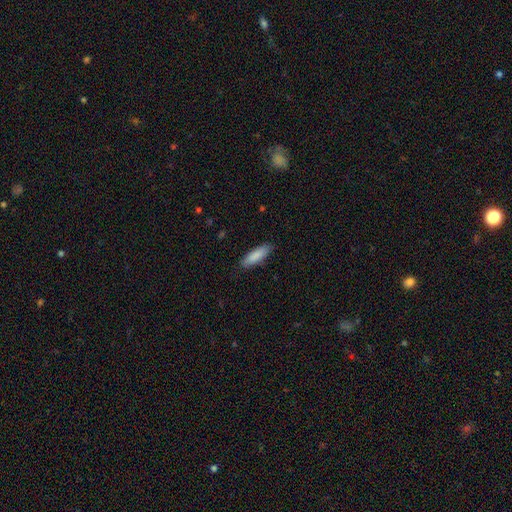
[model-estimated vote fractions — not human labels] Smooth or featured: smooth — 87% (featured or disk — 8%)
How rounded: cigar-shaped — 57% (in between — 42%)
Merging: none — 86% (minor disturbance — 11%)